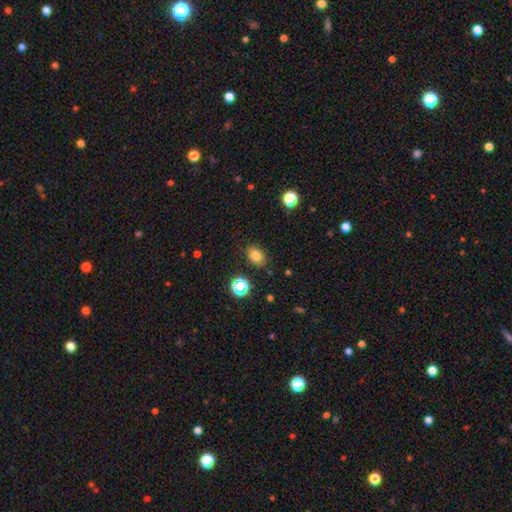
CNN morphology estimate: A smooth galaxy with no disk features (78%) that is in between round and cigar-shaped (68%). Merging: none (84%).